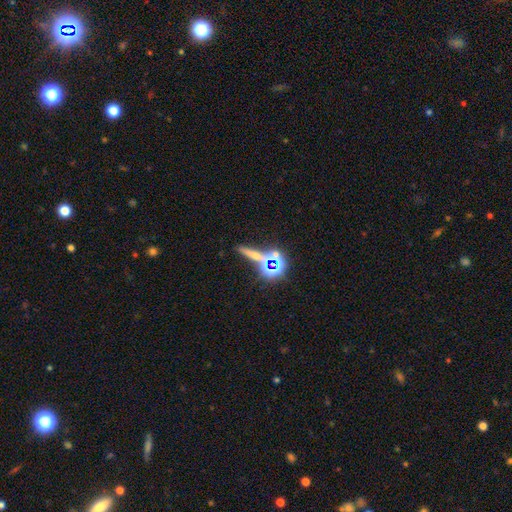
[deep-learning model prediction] This is marginally a smooth galaxy (40%). Merging: likely none (69%).